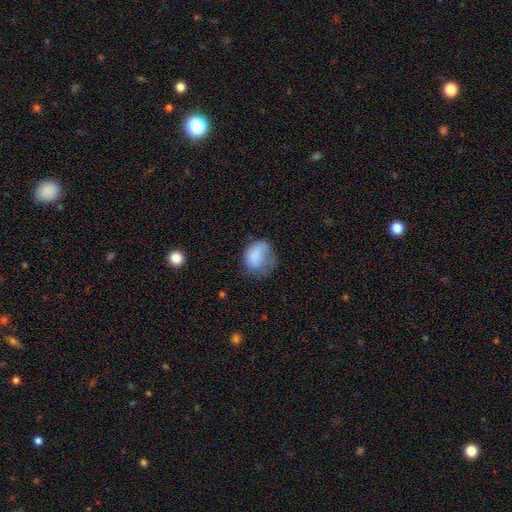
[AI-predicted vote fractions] Smooth or featured?
  - smooth: 76% *
  - featured or disk: 16%
  - star or artifact: 7%
How rounded?
  - round: 50% *
  - in between: 49%
  - cigar-shaped: 1%
Merging?
  - none: 33% *
  - major disturbance: 32%
  - minor disturbance: 32%
  - merger: 2%